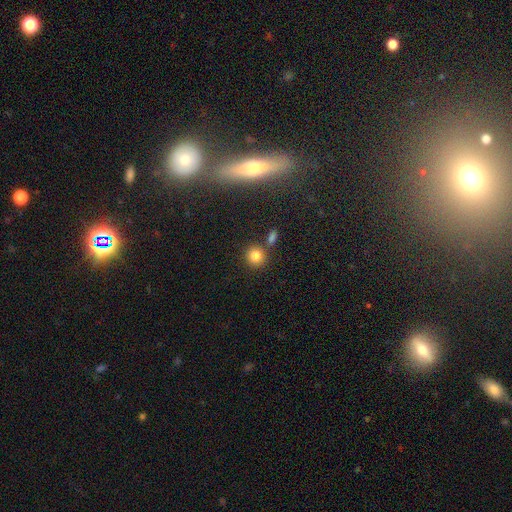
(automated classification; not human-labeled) Morphology: type=smooth (82%); roundness=round (88%); merging=none (73%).